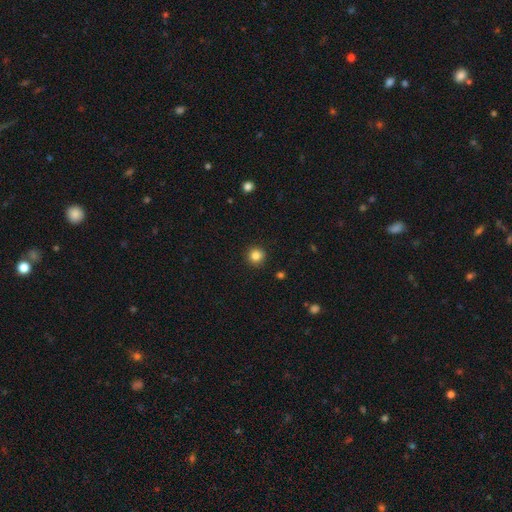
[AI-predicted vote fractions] smooth 84%, star or artifact 11%, featured or disk 5%. Down the decision tree: how rounded — round (95%); merging — none (92%).